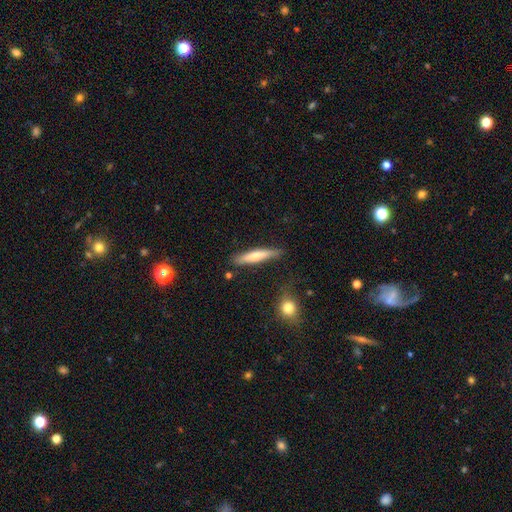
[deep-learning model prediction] Smooth or featured?
  - smooth: 65% *
  - featured or disk: 29%
  - star or artifact: 6%
How rounded?
  - cigar-shaped: 89% *
  - in between: 9%
  - round: 1%
Merging?
  - none: 81% *
  - minor disturbance: 13%
  - merger: 3%
  - major disturbance: 3%